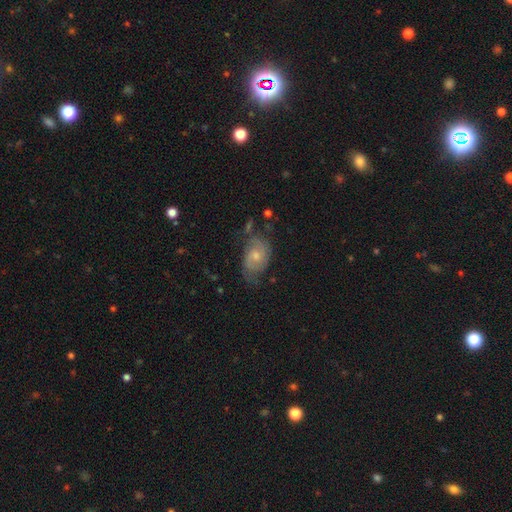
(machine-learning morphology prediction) The model was most divided on "bulge size": moderate: 50%, small: 44%, none: 3%, large: 3%, dominant: 1%. Remaining: edge-on disk — no (96%); spiral arms — yes (87%); spiral arm count — 2 (73%); bar — no (66%); smooth or featured — featured or disk (65%); merging — none (56%); spiral winding — medium (43%).